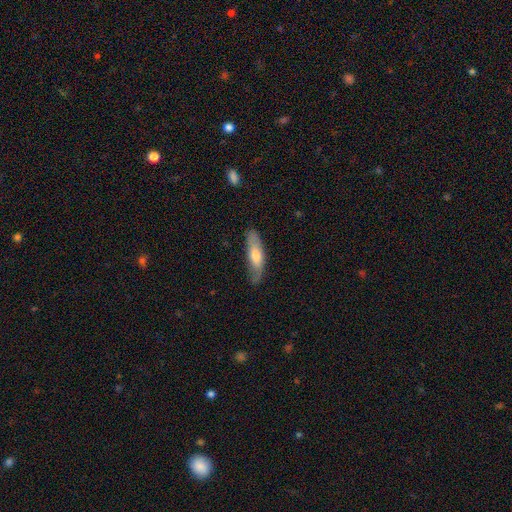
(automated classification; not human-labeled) smooth 60%, featured or disk 34%, star or artifact 6%. Down the decision tree: how rounded — cigar-shaped (56%); merging — none (76%).